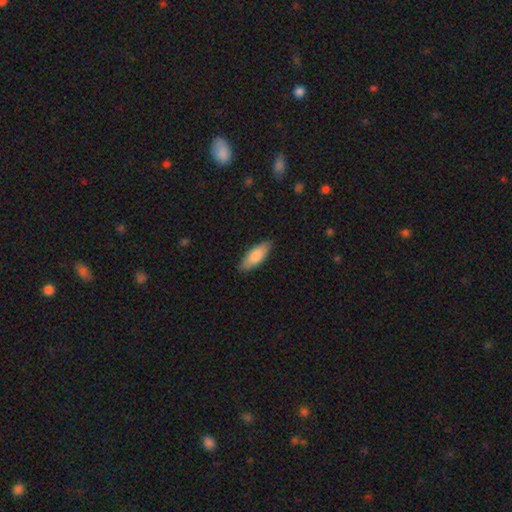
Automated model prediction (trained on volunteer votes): This is clearly a smooth galaxy (81%). How rounded: likely in between (71%). Merging: clearly none (87%).